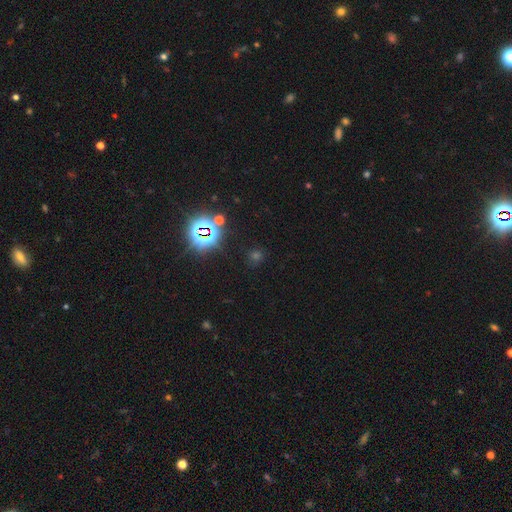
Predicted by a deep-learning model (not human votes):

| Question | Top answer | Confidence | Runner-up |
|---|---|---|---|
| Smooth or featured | star or artifact | 61% | smooth (32%) |